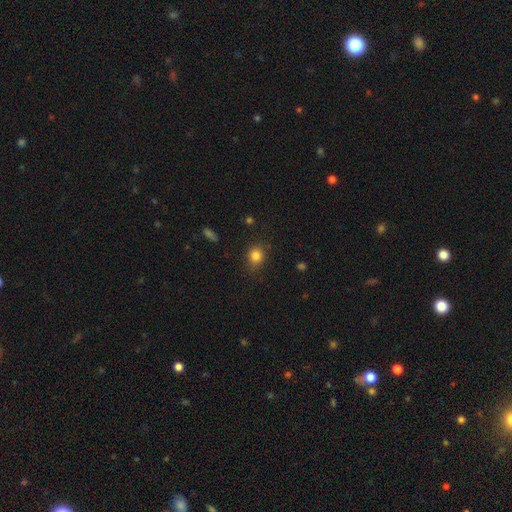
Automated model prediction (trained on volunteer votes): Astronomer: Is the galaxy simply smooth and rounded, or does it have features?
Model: smooth — 83%.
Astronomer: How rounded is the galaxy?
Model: round — 77%.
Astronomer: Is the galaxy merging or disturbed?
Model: none — 78%.